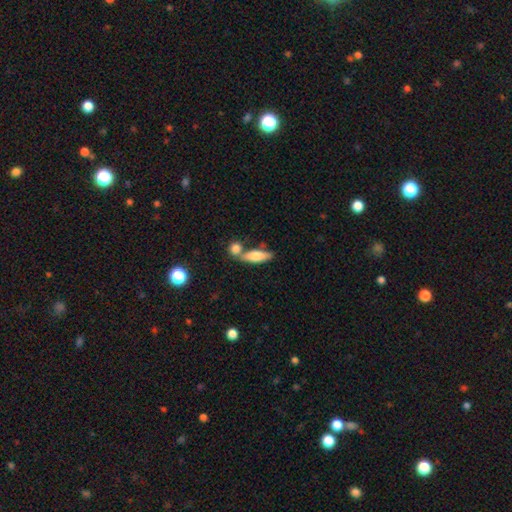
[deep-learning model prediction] smooth 73%, featured or disk 21%, star or artifact 7%. Down the decision tree: how rounded — in between (58%); merging — none (52%).